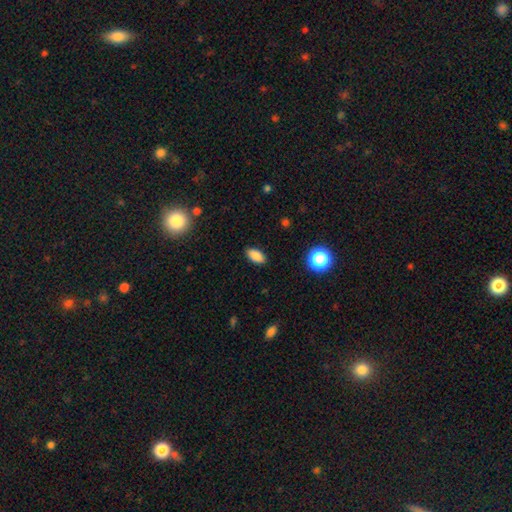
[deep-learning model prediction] Q: Smooth or featured?
A: smooth (86%); runner-up: star or artifact (10%)
Q: How rounded?
A: in between (91%); runner-up: round (5%)
Q: Merging?
A: none (88%); runner-up: minor disturbance (8%)